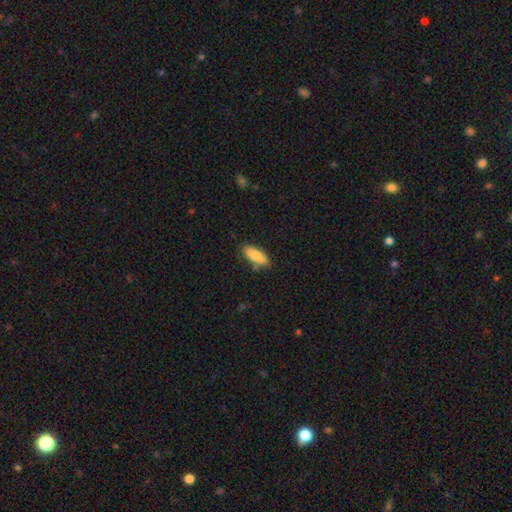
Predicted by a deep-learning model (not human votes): Overall: smooth (81%). How rounded: in between (79%). Merging: none (78%).